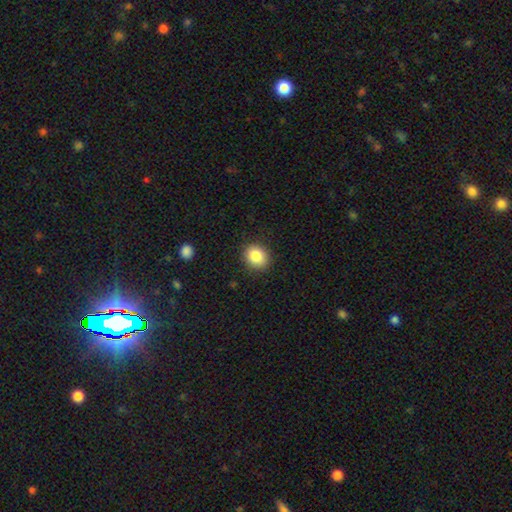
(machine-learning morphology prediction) This is clearly a smooth galaxy (85%). How rounded: likely round (65%). Merging: clearly none (89%).